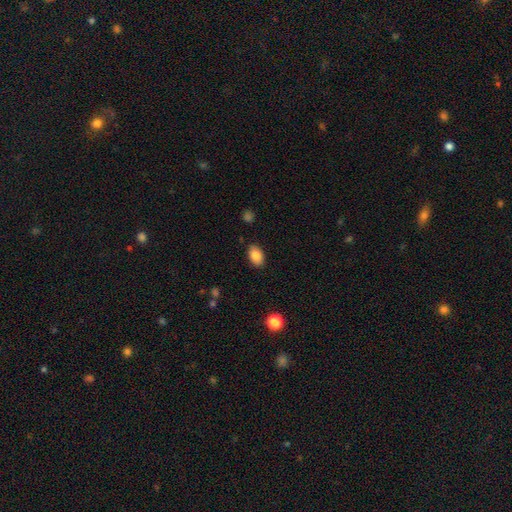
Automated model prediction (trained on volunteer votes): smooth_or_featured: smooth (p=0.86) [alt: star or artifact p=0.08]
how_rounded: in between (p=0.90) [alt: round p=0.09]
merging: none (p=0.87) [alt: minor disturbance p=0.10]